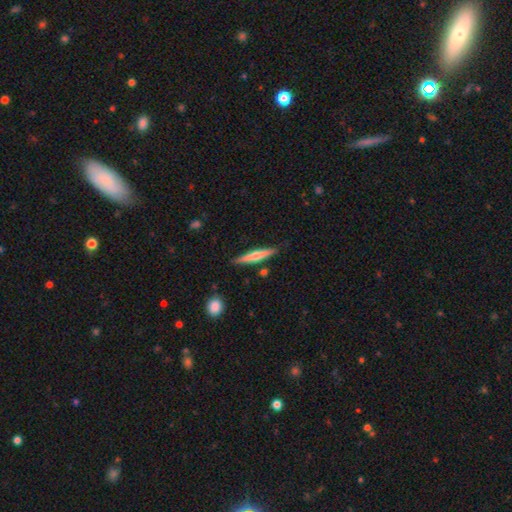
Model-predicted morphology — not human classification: This is possibly a smooth galaxy (49%). Merging: clearly none (85%).